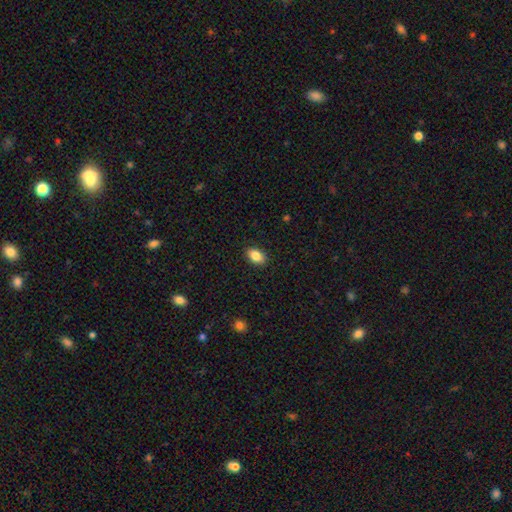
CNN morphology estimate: A smooth galaxy with no disk features (86%) that is in between round and cigar-shaped (88%).

Vote fractions:
- Smooth or featured? smooth: 86% / star or artifact: 8% / featured or disk: 6%
- How rounded? in between: 88% / round: 11% / cigar-shaped: 1%
- Merging? none: 89% / minor disturbance: 8% / major disturbance: 2% / merger: 1%